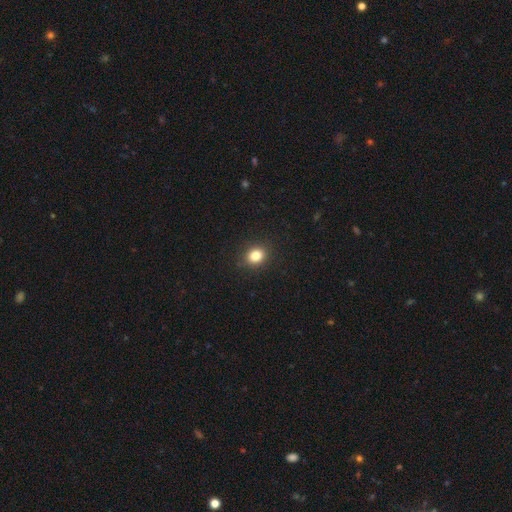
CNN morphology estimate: smooth-or-featured: smooth: 83% | star or artifact: 11% | featured or disk: 5%
  how-rounded: round: 64% | in between: 36% | cigar-shaped: 1%
  merging: none: 89% | minor disturbance: 8% | major disturbance: 2% | merger: 1%